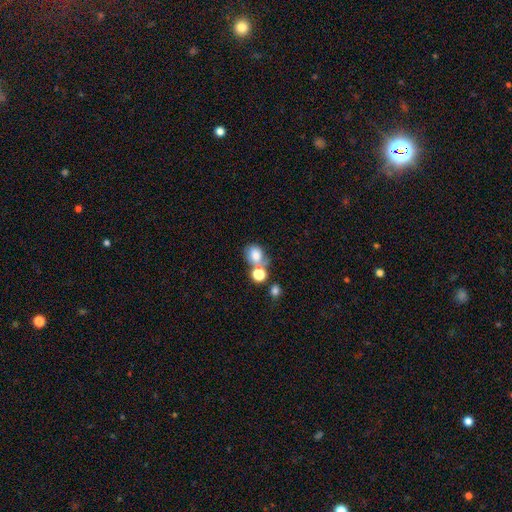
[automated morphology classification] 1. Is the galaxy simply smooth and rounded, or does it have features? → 75% smooth, 13% featured or disk, 12% star or artifact.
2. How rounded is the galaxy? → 59% round, 40% in between, 1% cigar-shaped.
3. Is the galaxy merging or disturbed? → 46% merger, 35% none, 11% minor disturbance, 7% major disturbance.